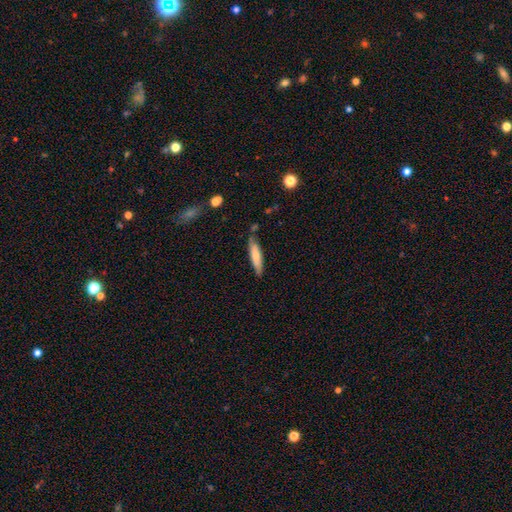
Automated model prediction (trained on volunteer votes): Morphology: type=smooth (71%); roundness=cigar-shaped (83%); merging=none (77%).